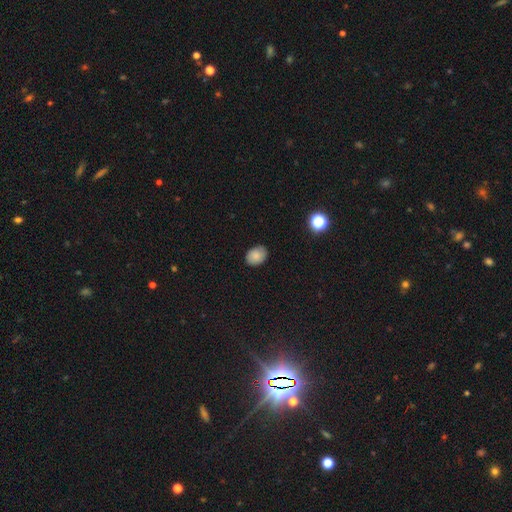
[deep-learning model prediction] Overall: smooth (84%). How rounded: in between (63%; round 36%). Merging: none (84%).